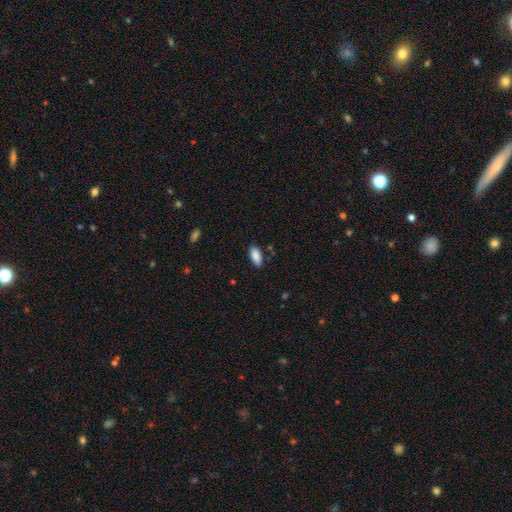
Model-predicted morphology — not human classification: smooth-or-featured: smooth: 89% | star or artifact: 7% | featured or disk: 5%
  how-rounded: in between: 88% | cigar-shaped: 10% | round: 2%
  merging: none: 84% | minor disturbance: 12% | major disturbance: 2% | merger: 2%